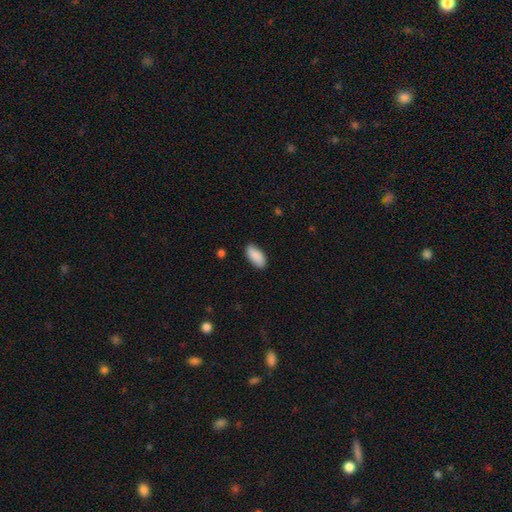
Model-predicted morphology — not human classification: Overall: smooth (89%). How rounded: in between (91%). Merging: none (85%).